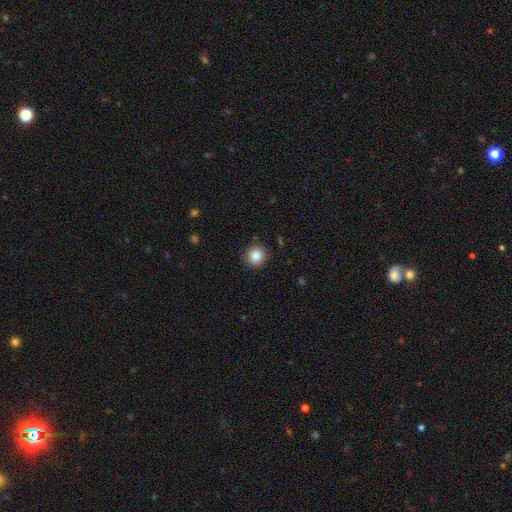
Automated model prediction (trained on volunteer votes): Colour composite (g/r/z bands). It shows a smooth galaxy with no disk features (85%) that is round (93%). Merging: none (91%).